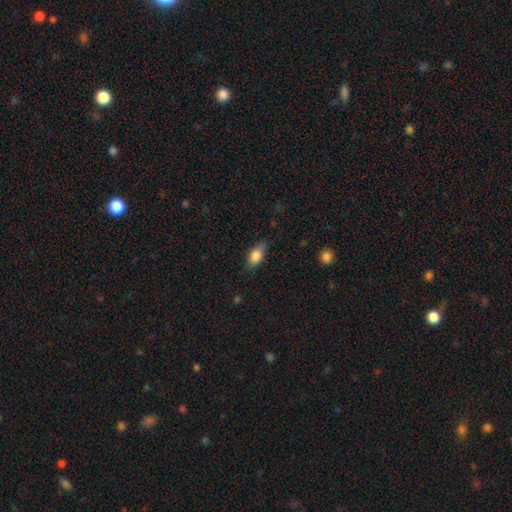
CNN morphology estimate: Q: Smooth or featured?
A: smooth (81%); runner-up: featured or disk (11%)
Q: How rounded?
A: in between (86%); runner-up: cigar-shaped (9%)
Q: Merging?
A: none (77%); runner-up: minor disturbance (18%)